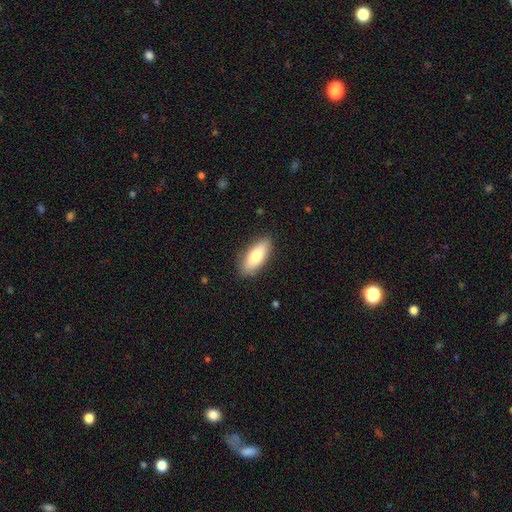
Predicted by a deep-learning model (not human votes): A smooth galaxy with no disk features (77%) that is in between round and cigar-shaped (72%). Merging: none (86%).